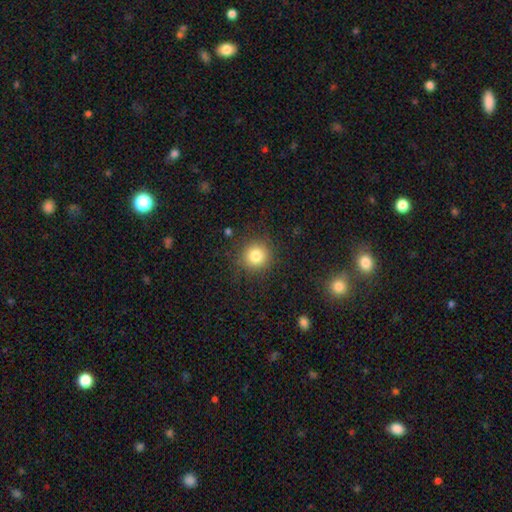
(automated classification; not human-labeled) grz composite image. It shows a smooth galaxy with no disk features (81%) that is round (93%). Merging: none (87%).